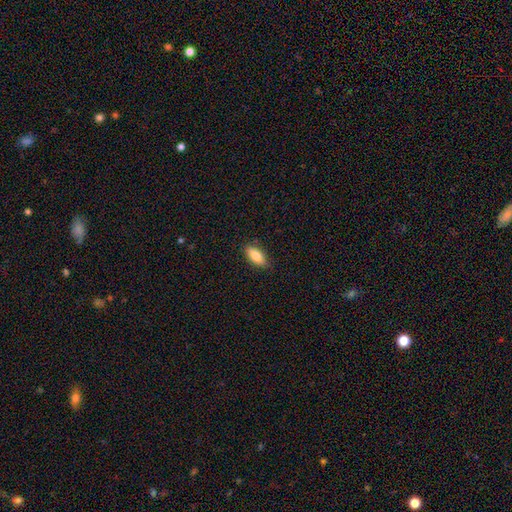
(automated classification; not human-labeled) Smooth or featured? Predicted: smooth (p=0.80). How rounded? Predicted: in between (p=0.77). Merging? Predicted: none (p=0.86).